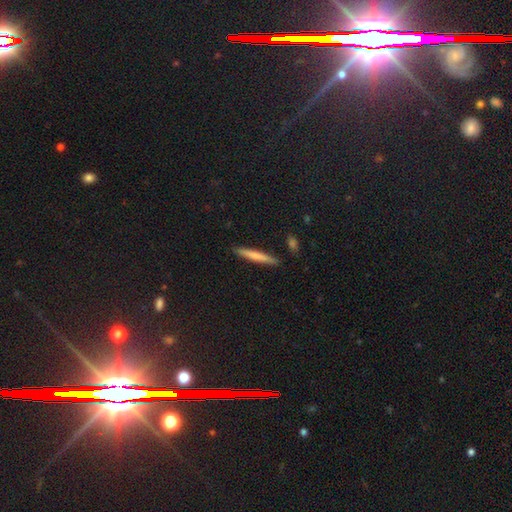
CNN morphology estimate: smooth-or-featured: smooth: 70% | featured or disk: 24% | star or artifact: 6%
  how-rounded: cigar-shaped: 95% | in between: 3% | round: 1%
  merging: none: 89% | minor disturbance: 7% | major disturbance: 2% | merger: 2%